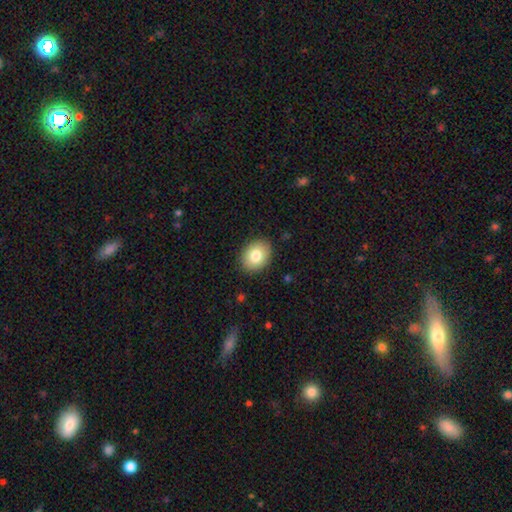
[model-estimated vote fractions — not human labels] Morphology: type=smooth (80%); roundness=in between (57%); merging=none (88%).